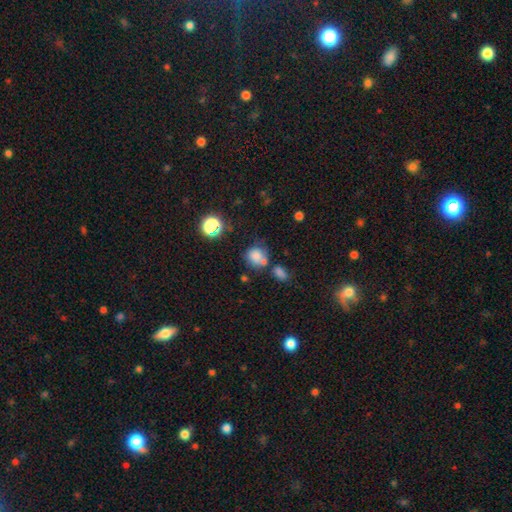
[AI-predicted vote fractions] A smooth galaxy with no disk features (77%) that is round (81%). Merging: none (49%).